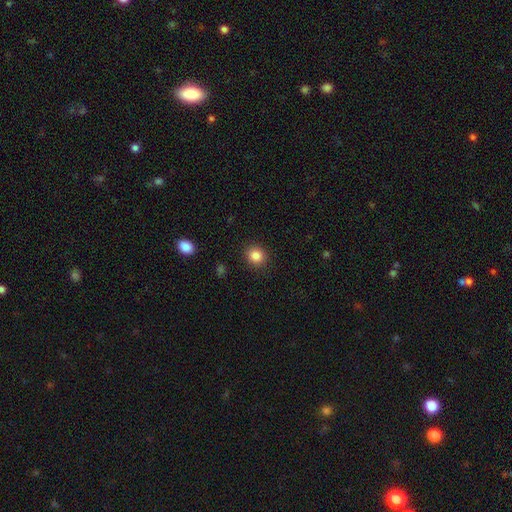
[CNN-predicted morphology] Smooth or featured? Predicted: smooth (p=0.85). How rounded? Predicted: round (p=0.83). Merging? Predicted: none (p=0.90).